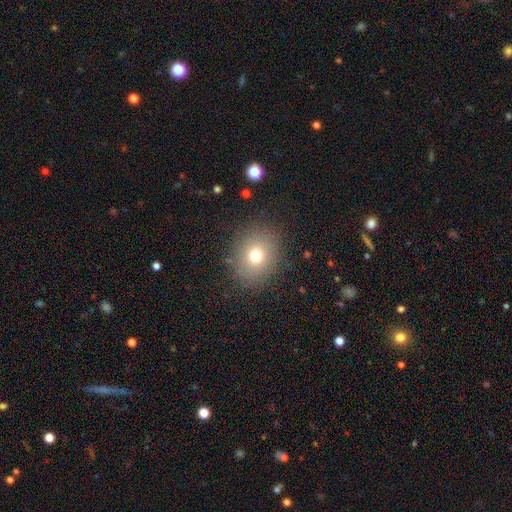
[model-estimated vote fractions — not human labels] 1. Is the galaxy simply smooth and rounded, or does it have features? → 71% smooth, 15% star or artifact, 13% featured or disk.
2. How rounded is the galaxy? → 59% round, 40% in between, 1% cigar-shaped.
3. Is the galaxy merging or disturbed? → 85% none, 9% minor disturbance, 4% major disturbance, 1% merger.